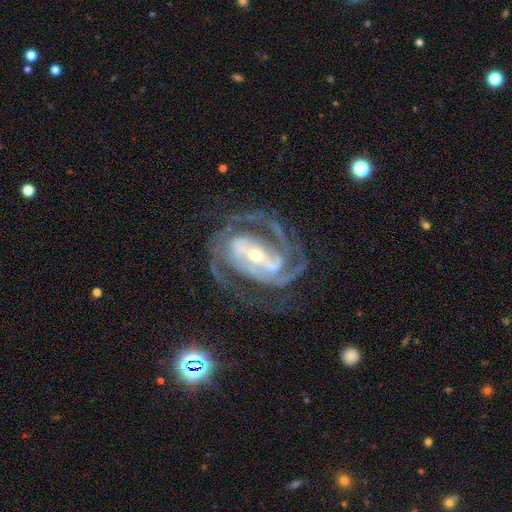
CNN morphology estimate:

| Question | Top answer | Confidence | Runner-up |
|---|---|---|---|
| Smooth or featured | featured or disk | 92% | star or artifact (5%) |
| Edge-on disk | no | 97% | yes (3%) |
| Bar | strong | 62% | weak (25%) |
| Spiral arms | yes | 97% | no (3%) |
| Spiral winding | medium | 48% | tight (43%) |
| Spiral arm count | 2 | 57% | 3 (23%) |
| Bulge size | small | 59% | moderate (36%) |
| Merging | none | 66% | major disturbance (17%) |